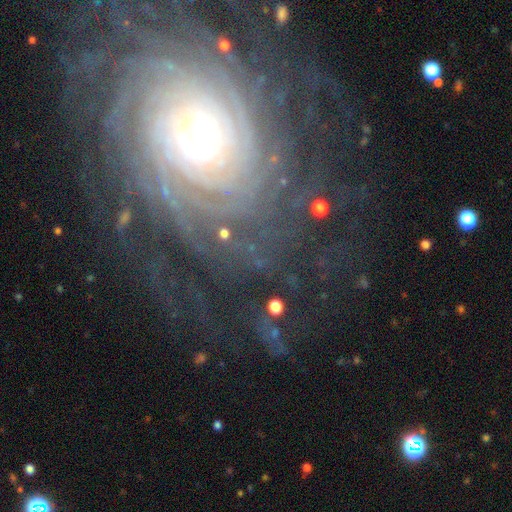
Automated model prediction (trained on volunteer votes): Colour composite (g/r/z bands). It shows a featured or disk galaxy (87%) with no bar (72%), more than 4 (40%) tight (84%) spiral arms (98%) and a moderate central bulge (47%). Merging: none (76%).